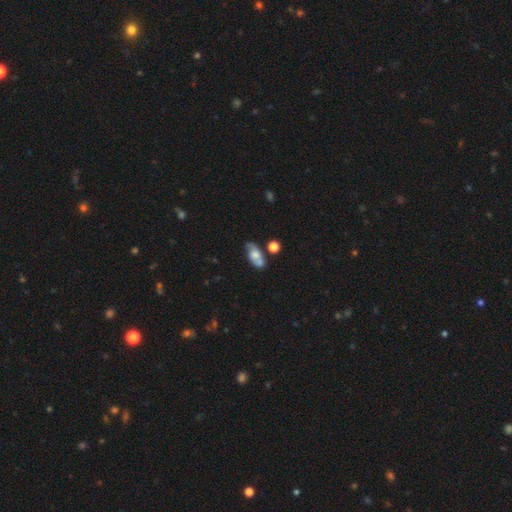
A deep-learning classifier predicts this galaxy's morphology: smooth-or-featured: smooth: 48% | featured or disk: 43% | star or artifact: 9%
  merging: none: 56% | minor disturbance: 22% | merger: 15% | major disturbance: 8%